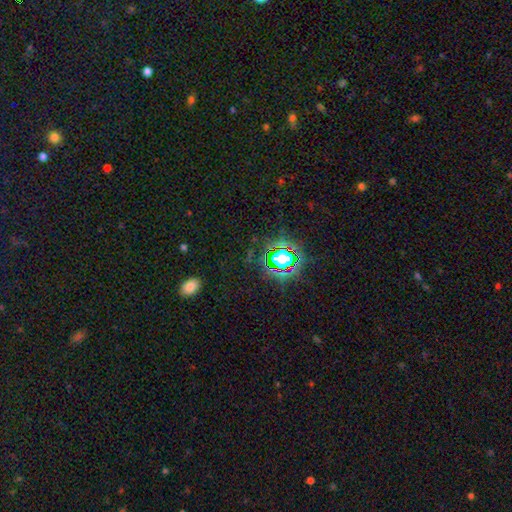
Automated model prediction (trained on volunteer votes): A star or artifact, not a galaxy (77%).